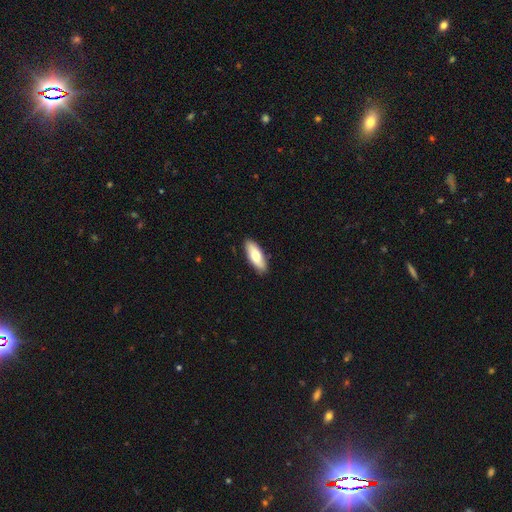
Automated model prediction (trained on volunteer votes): Smooth or featured? smooth (71%)
How rounded? in between (70%)
Merging? none (88%)